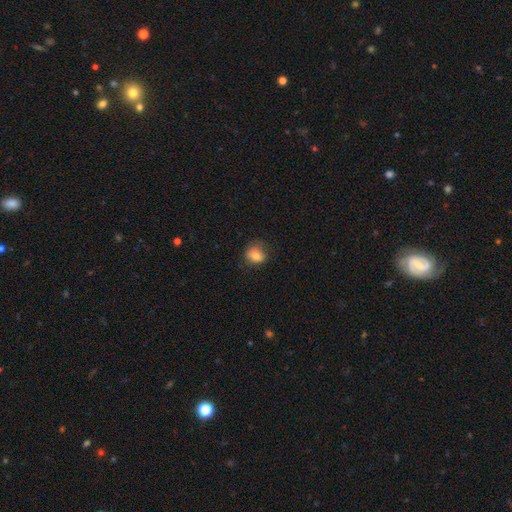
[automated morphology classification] type=smooth (78%); roundness=round (65%); merging=none (68%).